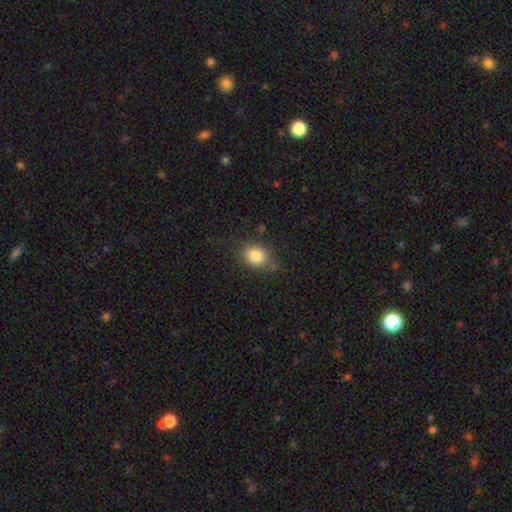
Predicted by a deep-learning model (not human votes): The model was most divided on "how rounded": round: 58%, in between: 41%, cigar-shaped: 1%. More confident: smooth or featured — smooth (82%); merging — none (73%).